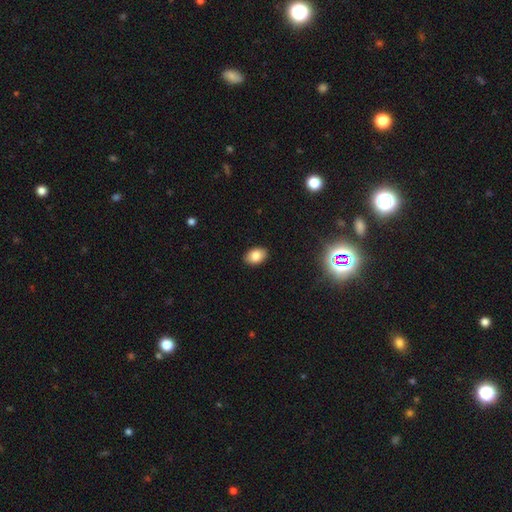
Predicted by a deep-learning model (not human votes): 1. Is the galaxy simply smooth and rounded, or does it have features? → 83% smooth, 9% star or artifact, 8% featured or disk.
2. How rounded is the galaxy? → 85% in between, 14% round, 1% cigar-shaped.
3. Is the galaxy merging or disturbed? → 89% none, 8% minor disturbance, 2% major disturbance, 1% merger.